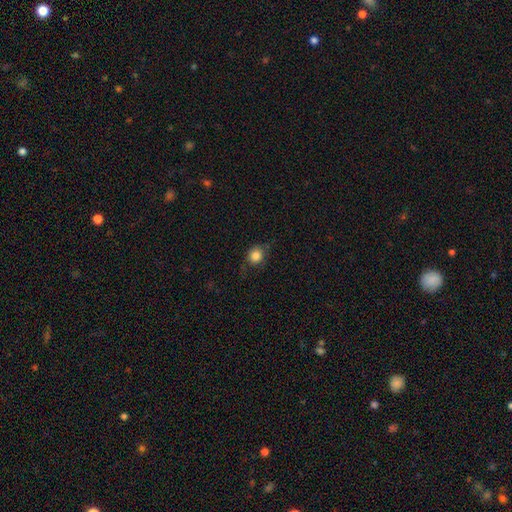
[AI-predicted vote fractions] A smooth galaxy with no disk features (84%) that is round (83%).

Vote fractions:
- Smooth or featured? smooth: 84% / star or artifact: 10% / featured or disk: 5%
- How rounded? round: 83% / in between: 16% / cigar-shaped: 1%
- Merging? none: 76% / minor disturbance: 18% / major disturbance: 5% / merger: 1%